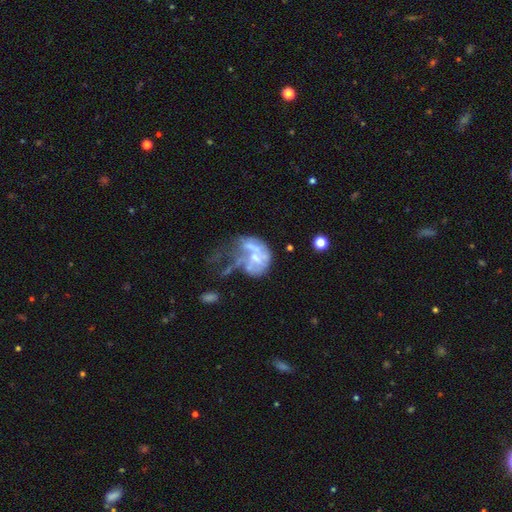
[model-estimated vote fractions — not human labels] Smooth or featured?
  - featured or disk: 61% *
  - smooth: 27%
  - star or artifact: 12%
Edge-on disk?
  - no: 98% *
  - yes: 2%
Bar?
  - no: 76% *
  - weak: 19%
  - strong: 5%
Spiral arms?
  - no: 72% *
  - yes: 28%
Bulge size?
  - none: 38% *
  - small: 30%
  - moderate: 26%
  - large: 4%
  - dominant: 1%
Merging?
  - major disturbance: 47% *
  - merger: 20%
  - none: 19%
  - minor disturbance: 15%